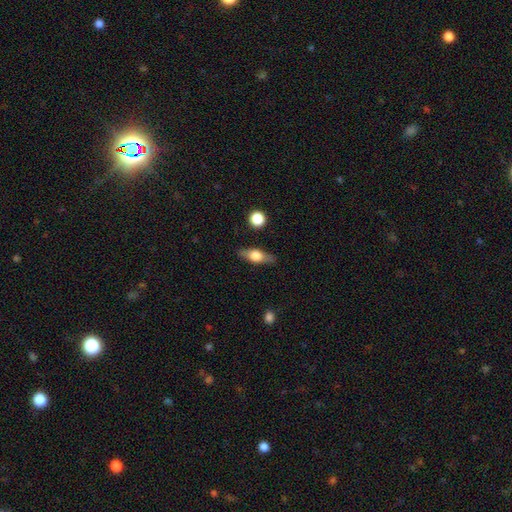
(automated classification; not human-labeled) Overall: smooth (50%; featured or disk 43%). How rounded: in between (61%; cigar-shaped 30%). Merging: none (82%).